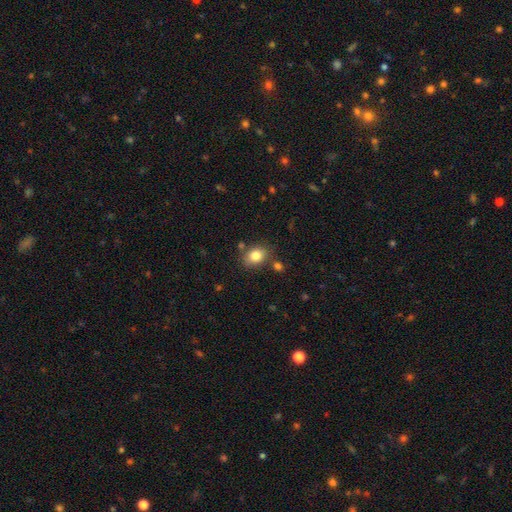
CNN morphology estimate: type=smooth (82%); roundness=in between (63%); merging=none (75%).